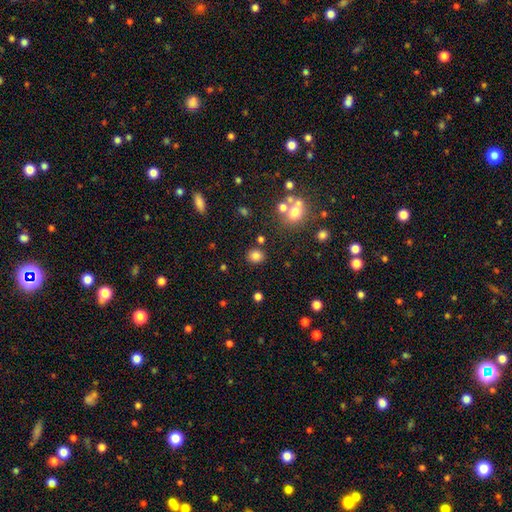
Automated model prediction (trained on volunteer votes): A smooth galaxy with no disk features (81%) that is round (73%).

Vote fractions:
- Smooth or featured? smooth: 81% / star or artifact: 13% / featured or disk: 6%
- How rounded? round: 73% / in between: 26% / cigar-shaped: 1%
- Merging? none: 83% / minor disturbance: 9% / merger: 5% / major disturbance: 3%